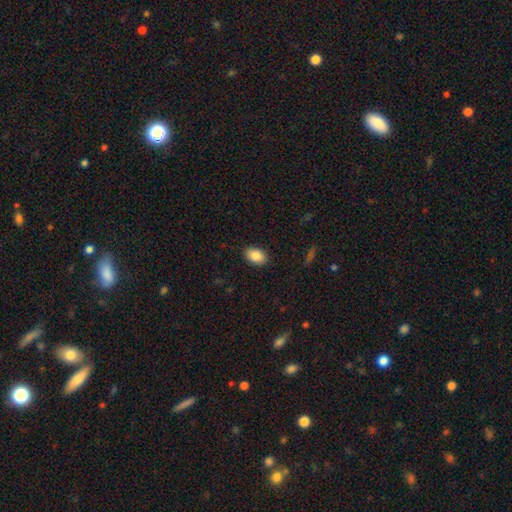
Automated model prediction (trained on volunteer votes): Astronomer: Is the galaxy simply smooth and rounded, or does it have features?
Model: smooth — 87%.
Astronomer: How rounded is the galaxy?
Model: in between — 88%.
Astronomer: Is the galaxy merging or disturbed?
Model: none — 88%.